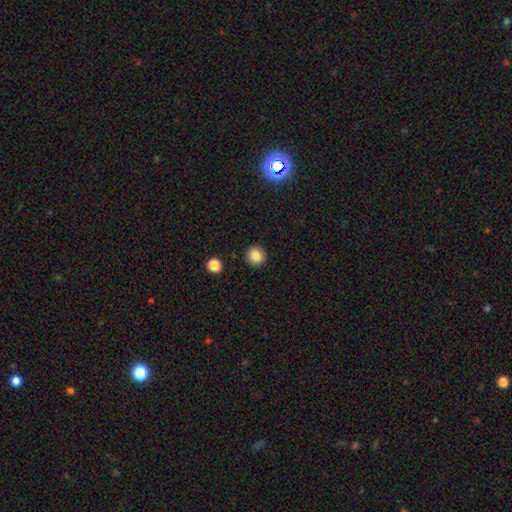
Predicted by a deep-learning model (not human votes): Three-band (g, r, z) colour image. It shows a smooth galaxy with no disk features (85%) that is round (92%). Merging: none (91%).